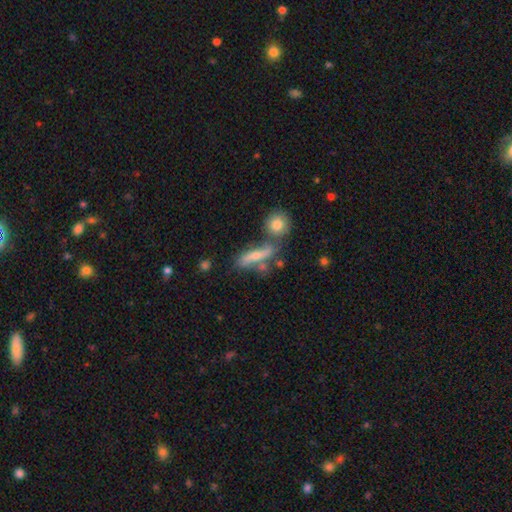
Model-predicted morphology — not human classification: type=smooth (49%); merging=none (49%).